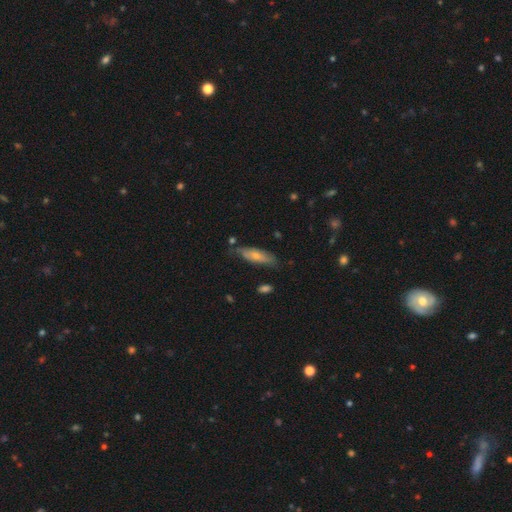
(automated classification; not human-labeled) This is likely a smooth galaxy (60%). How rounded: possibly in between (50%). Merging: likely none (64%).